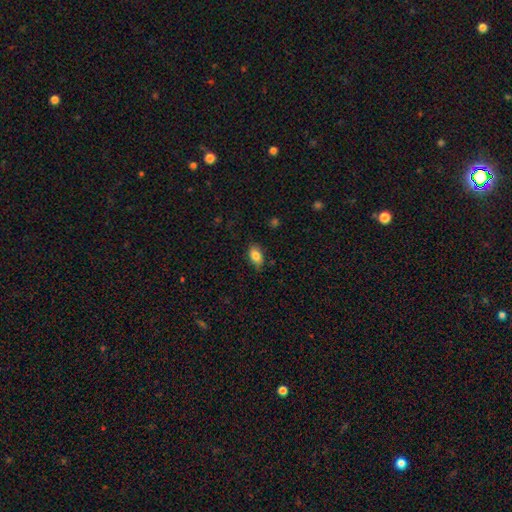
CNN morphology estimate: A smooth galaxy with no disk features (83%) that is in between round and cigar-shaped (88%).

Vote fractions:
- Smooth or featured? smooth: 83% / featured or disk: 9% / star or artifact: 8%
- How rounded? in between: 88% / round: 8% / cigar-shaped: 3%
- Merging? none: 80% / minor disturbance: 16% / major disturbance: 3% / merger: 1%